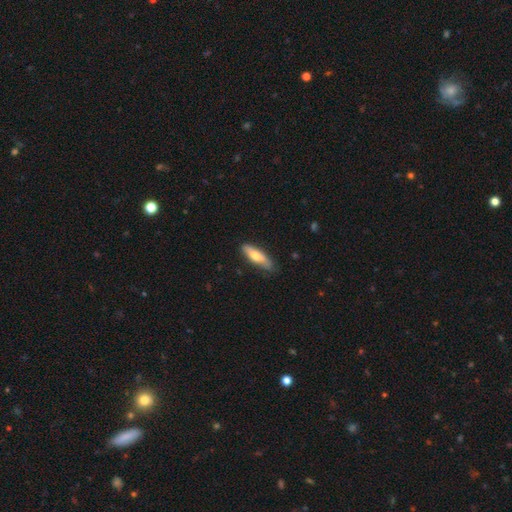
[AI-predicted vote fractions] A smooth galaxy with no disk features (65%) that is cigar-shaped (60%).

Vote fractions:
- Smooth or featured? smooth: 65% / featured or disk: 30% / star or artifact: 5%
- How rounded? cigar-shaped: 60% / in between: 38% / round: 2%
- Merging? none: 80% / minor disturbance: 16% / major disturbance: 3% / merger: 1%